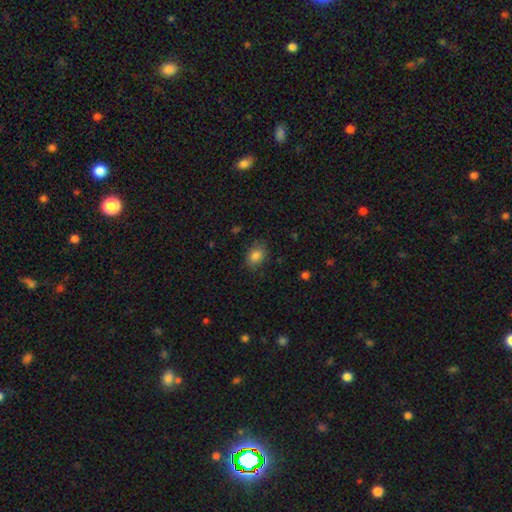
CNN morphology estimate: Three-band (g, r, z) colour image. It shows a smooth galaxy with no disk features (84%) that is in between round and cigar-shaped (65%). Merging: none (81%).